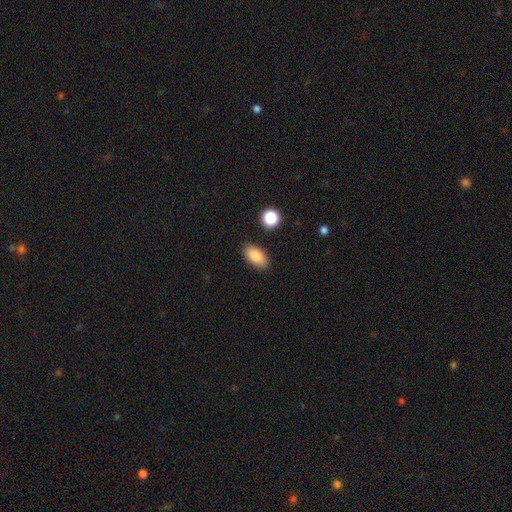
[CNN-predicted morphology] smooth-or-featured: smooth: 86% | star or artifact: 7% | featured or disk: 7%
  how-rounded: in between: 91% | cigar-shaped: 5% | round: 4%
  merging: none: 86% | minor disturbance: 9% | major disturbance: 2% | merger: 2%